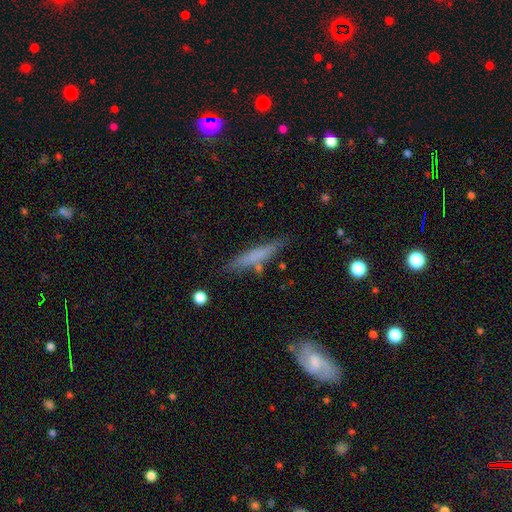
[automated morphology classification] Smooth or featured: smooth — 64% (featured or disk — 29%)
How rounded: cigar-shaped — 91% (in between — 7%)
Merging: none — 79% (minor disturbance — 14%)